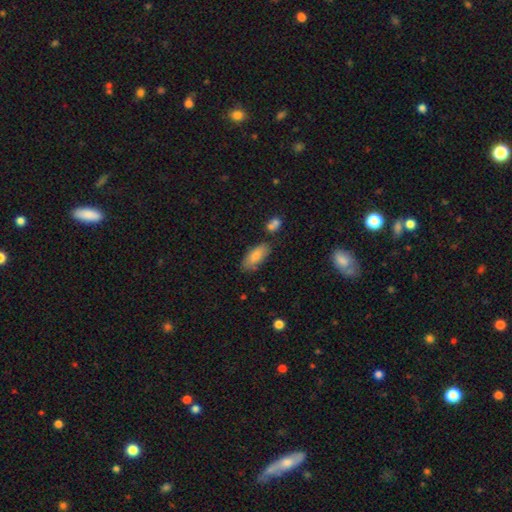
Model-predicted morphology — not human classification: Smooth or featured? Predicted: smooth (p=0.80). How rounded? Predicted: in between (p=0.85). Merging? Predicted: none (p=0.68).